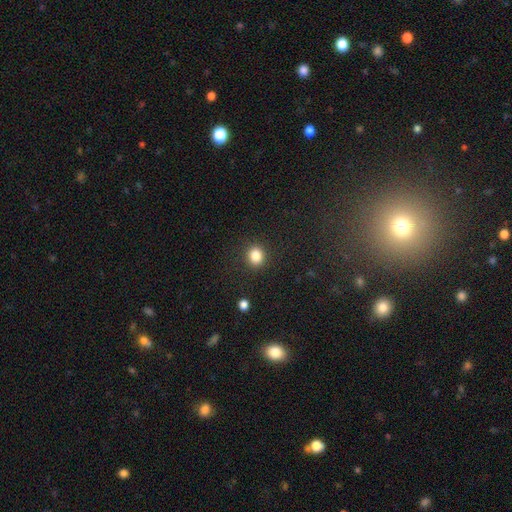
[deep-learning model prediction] This appears to be a smooth galaxy with no disk features (84%) that is round (81%). Merging: none (89%).